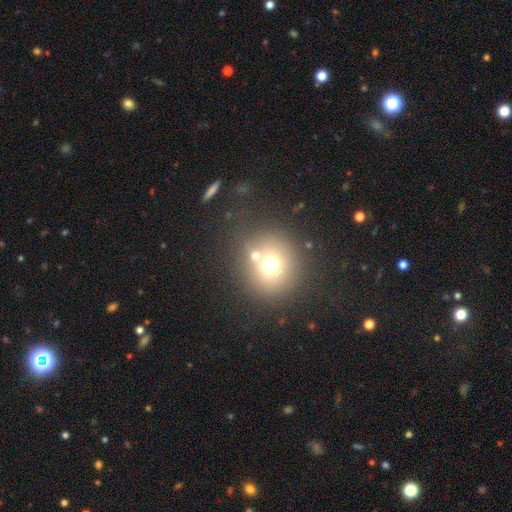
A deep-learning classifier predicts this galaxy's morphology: A smooth galaxy with no disk features (68%) that is round (88%). Merging: none (66%).